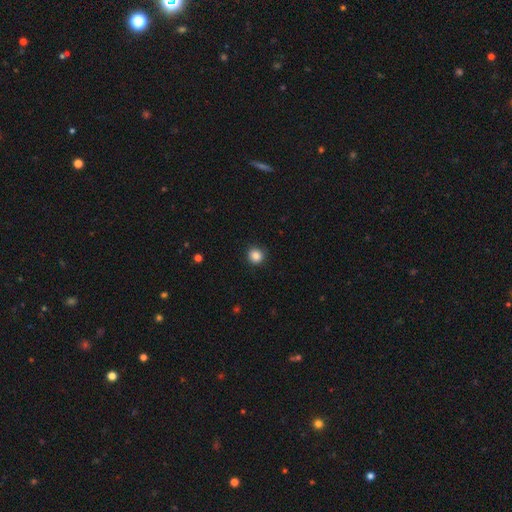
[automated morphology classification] A smooth galaxy with no disk features (86%) that is round (91%). Merging: none (90%).